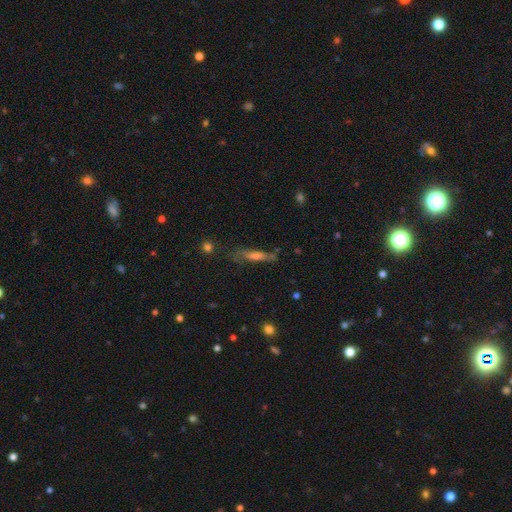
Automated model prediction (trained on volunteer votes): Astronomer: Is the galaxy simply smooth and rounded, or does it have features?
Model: smooth — 48% (runner-up: featured or disk, 39%).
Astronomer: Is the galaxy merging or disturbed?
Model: none — 63%.